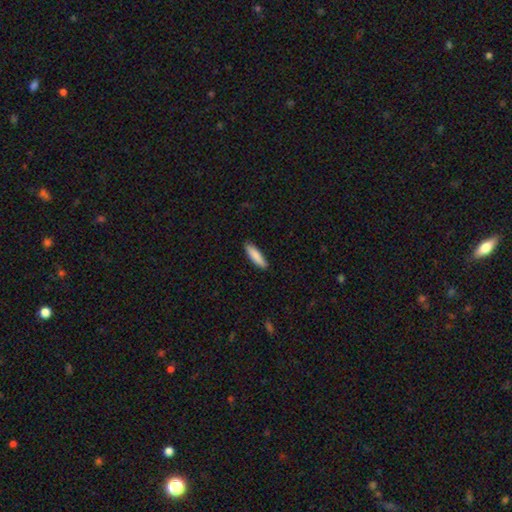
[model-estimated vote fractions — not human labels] smooth-or-featured: smooth: 87% | featured or disk: 7% | star or artifact: 5%
  how-rounded: cigar-shaped: 69% | in between: 29% | round: 1%
  merging: none: 88% | minor disturbance: 9% | major disturbance: 2% | merger: 1%